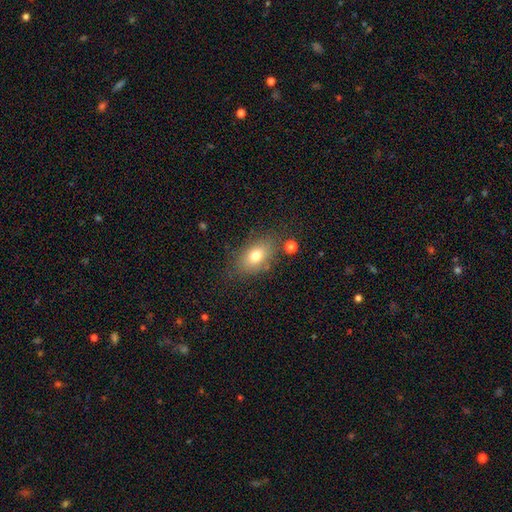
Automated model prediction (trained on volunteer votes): This is likely a smooth galaxy (75%). How rounded: clearly in between (84%). Merging: likely none (75%).